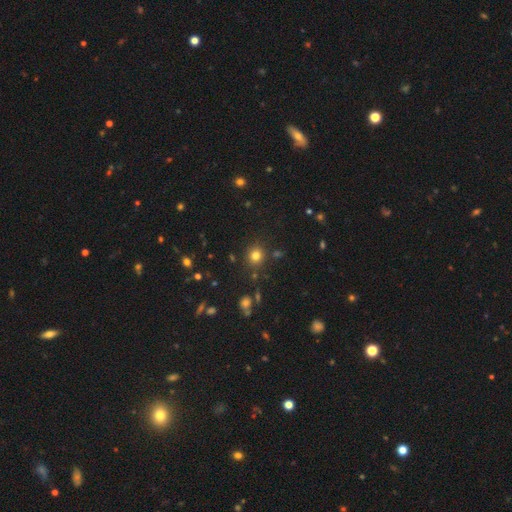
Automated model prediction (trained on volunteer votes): Smooth or featured? Predicted: smooth (p=0.78). How rounded? Predicted: round (p=0.86). Merging? Predicted: none (p=0.85).